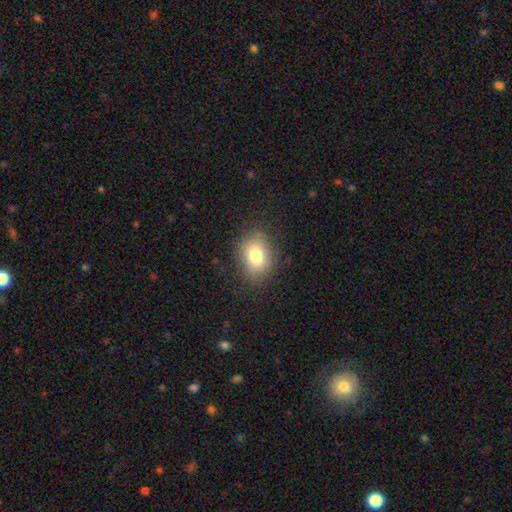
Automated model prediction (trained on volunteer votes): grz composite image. It shows a smooth galaxy with no disk features (80%) that is in between round and cigar-shaped (66%). Merging: none (83%).